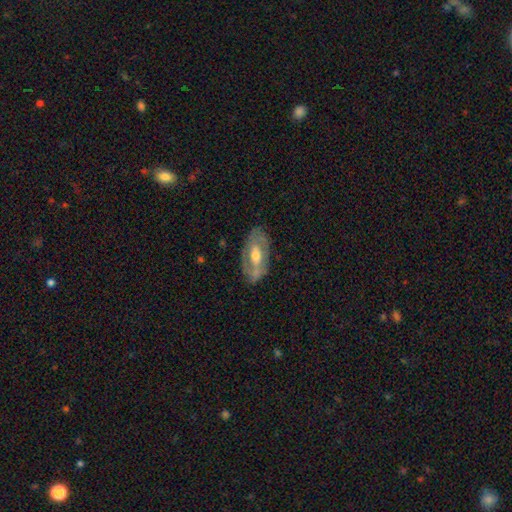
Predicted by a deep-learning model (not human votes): Overall: featured or disk (68%). Edge-on disk: no (87%). Bar: no (41%; weak 38%). Spiral arms: yes (52%; no 48%). Bulge size: moderate (68%). Merging: none (78%).